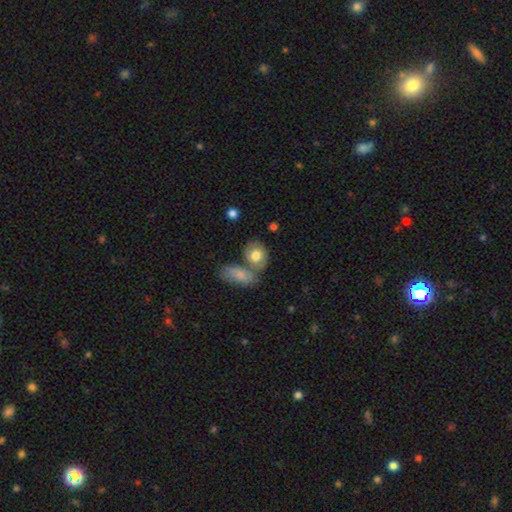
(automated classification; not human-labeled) This appears to be a smooth galaxy with no disk features (74%) that is in between round and cigar-shaped (52%). Merging: none (42%).